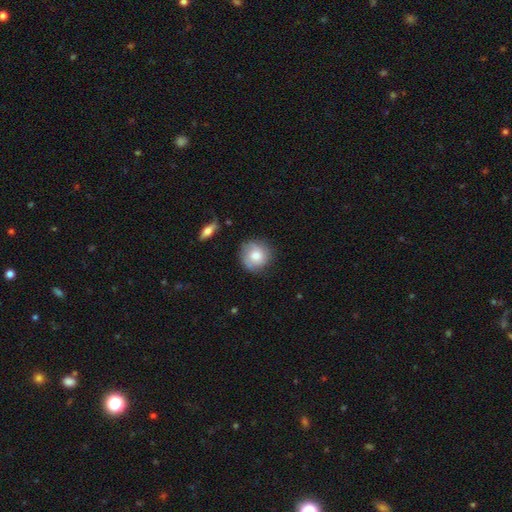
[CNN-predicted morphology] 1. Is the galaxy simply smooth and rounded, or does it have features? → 67% smooth, 26% featured or disk, 7% star or artifact.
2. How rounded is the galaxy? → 90% round, 9% in between, 1% cigar-shaped.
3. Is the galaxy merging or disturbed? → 74% none, 19% minor disturbance, 5% major disturbance, 2% merger.